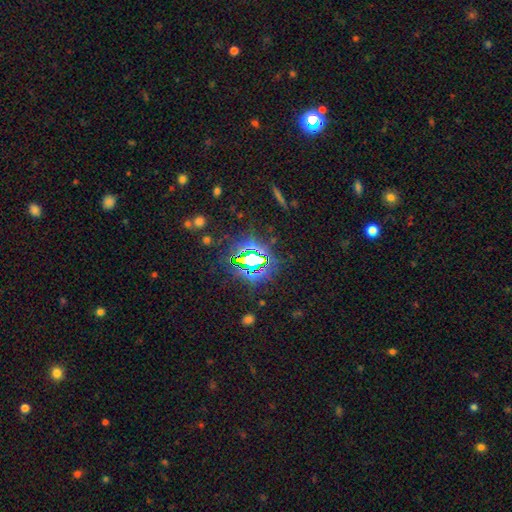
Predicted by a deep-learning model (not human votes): smooth-or-featured: star or artifact: 77% | smooth: 14% | featured or disk: 10%